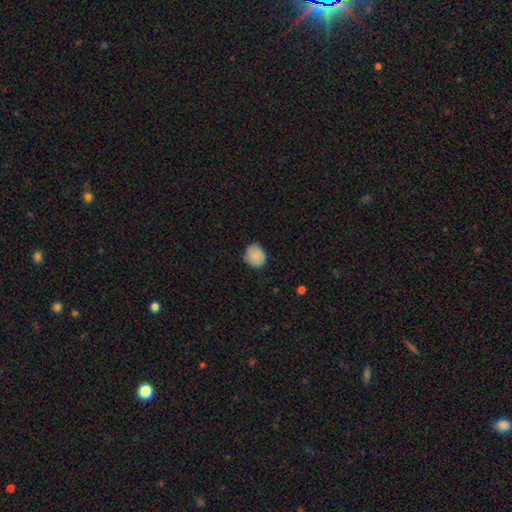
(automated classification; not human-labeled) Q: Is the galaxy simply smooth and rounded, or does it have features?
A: smooth — 83%.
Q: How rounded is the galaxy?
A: round — 74%.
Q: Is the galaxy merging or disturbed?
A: none — 78%.